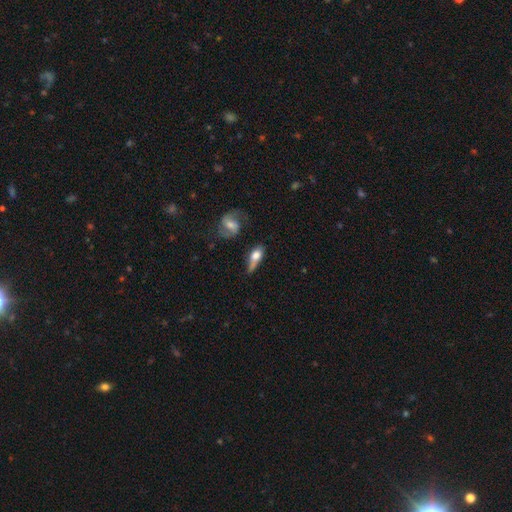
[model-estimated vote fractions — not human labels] Q: Smooth or featured?
A: smooth (59%); runner-up: featured or disk (34%)
Q: How rounded?
A: in between (67%); runner-up: cigar-shaped (25%)
Q: Merging?
A: none (40%); runner-up: minor disturbance (34%)